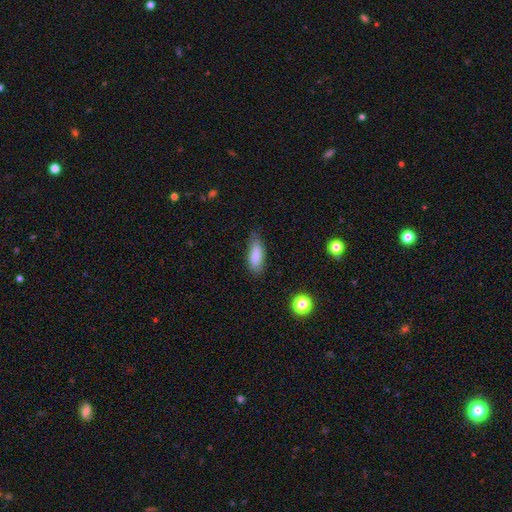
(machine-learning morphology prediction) smooth 85%, star or artifact 7%, featured or disk 7%. Down the decision tree: how rounded — in between (74%); merging — none (69%).